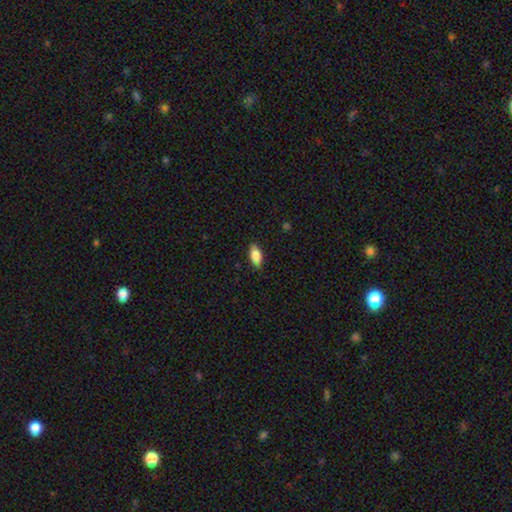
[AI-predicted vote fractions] Smooth or featured? smooth (84%)
How rounded? in between (89%)
Merging? none (85%)